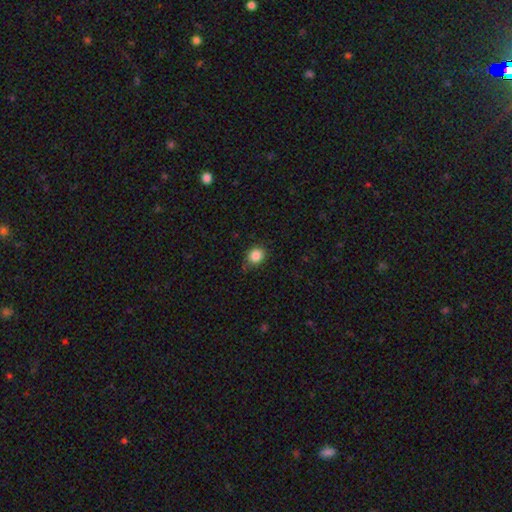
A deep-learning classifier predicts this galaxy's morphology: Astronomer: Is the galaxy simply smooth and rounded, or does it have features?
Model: smooth — 86%.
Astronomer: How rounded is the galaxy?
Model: round — 78%.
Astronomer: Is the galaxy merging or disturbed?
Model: none — 76%.